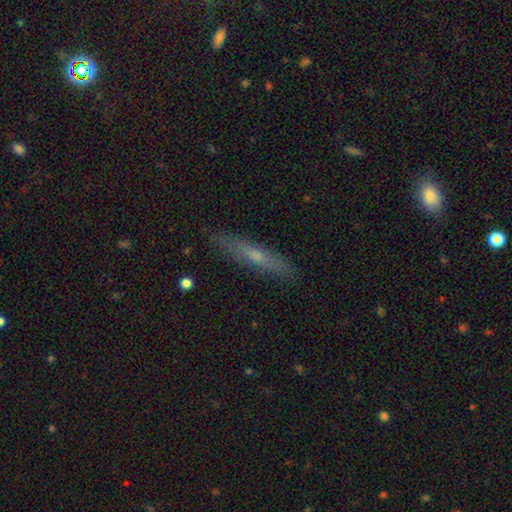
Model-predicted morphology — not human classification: type=featured or disk (54%); edge-on=yes (89%); merging=none (88%).